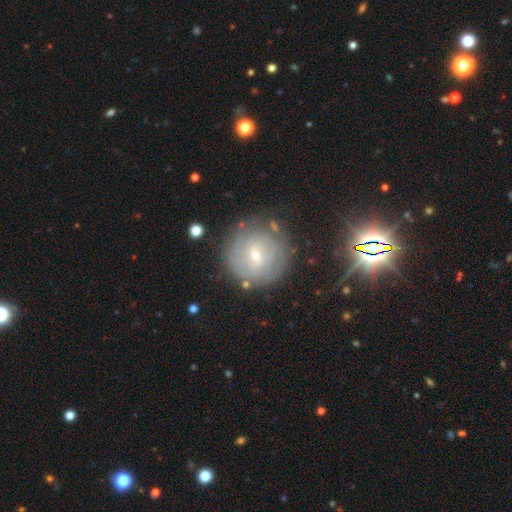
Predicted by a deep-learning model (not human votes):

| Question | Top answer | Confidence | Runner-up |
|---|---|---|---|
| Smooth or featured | featured or disk | 71% | smooth (20%) |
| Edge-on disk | no | 97% | yes (3%) |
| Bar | weak | 56% | no (31%) |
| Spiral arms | yes | 86% | no (14%) |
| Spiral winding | tight | 66% | medium (26%) |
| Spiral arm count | can't tell | 45% | 2 (26%) |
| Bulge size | small | 73% | moderate (23%) |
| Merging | none | 77% | minor disturbance (14%) |